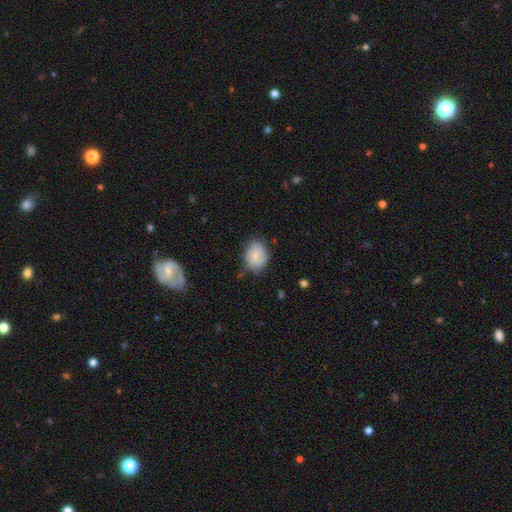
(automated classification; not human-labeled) This appears to be a smooth galaxy with no disk features (80%) that is in between round and cigar-shaped (59%). Merging: none (64%).